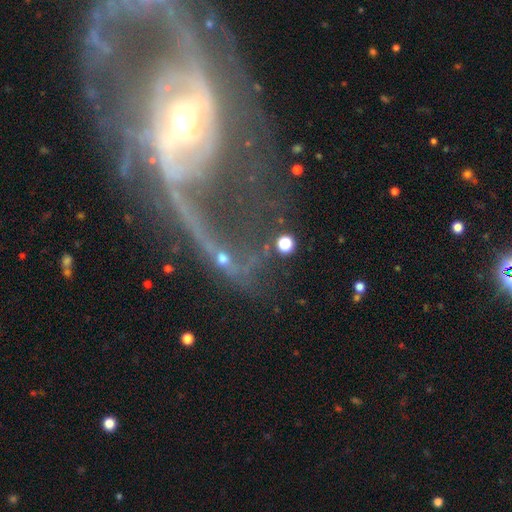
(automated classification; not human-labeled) This appears to be a featured or disk galaxy (69%) with no bar (49%), spiral arms (56%) and a moderate central bulge (51%). Merging: major disturbance (50%).